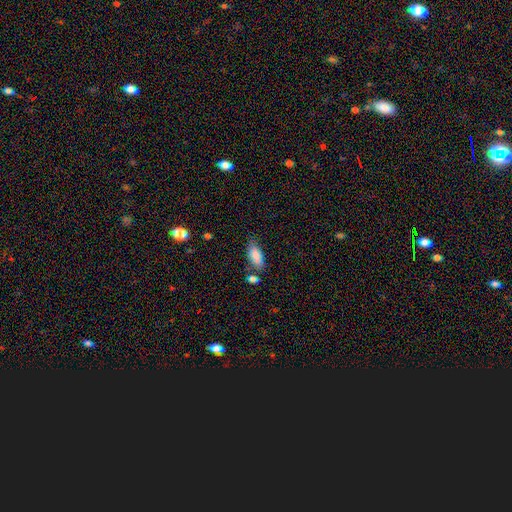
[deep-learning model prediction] The model was most divided on "merging": none: 63%, minor disturbance: 21%, merger: 11%, major disturbance: 5%. More confident: how rounded — in between (87%); smooth or featured — smooth (86%).